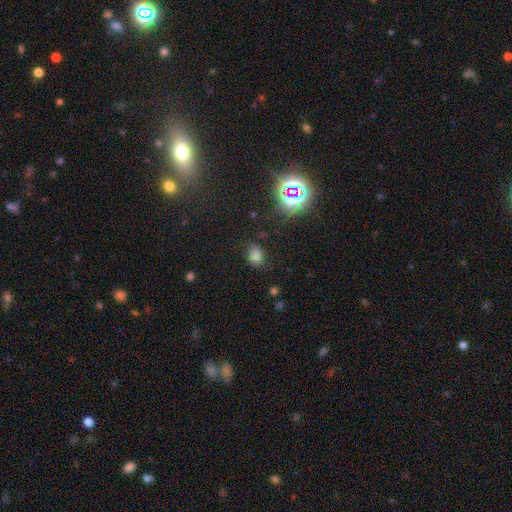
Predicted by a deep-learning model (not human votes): Smooth or featured: smooth — 71% (star or artifact — 23%)
How rounded: in between — 68% (round — 30%)
Merging: none — 73% (minor disturbance — 19%)